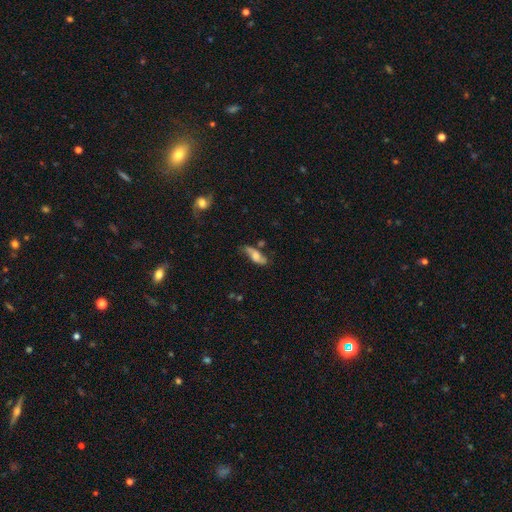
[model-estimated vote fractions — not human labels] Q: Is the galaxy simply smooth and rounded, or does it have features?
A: smooth — 48%.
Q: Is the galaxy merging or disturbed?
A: none — 55%.